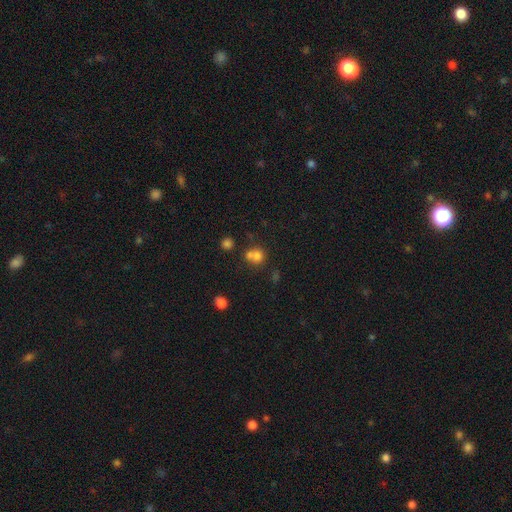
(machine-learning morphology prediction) This is likely a smooth galaxy (72%). How rounded: likely round (76%). Merging: possibly merger (50%).